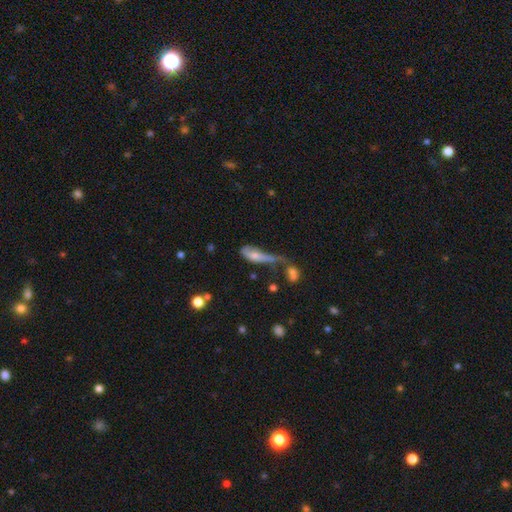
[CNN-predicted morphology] This appears to be a smooth galaxy with no disk features (60%) that is in between round and cigar-shaped (58%). Merging: major disturbance (38%).